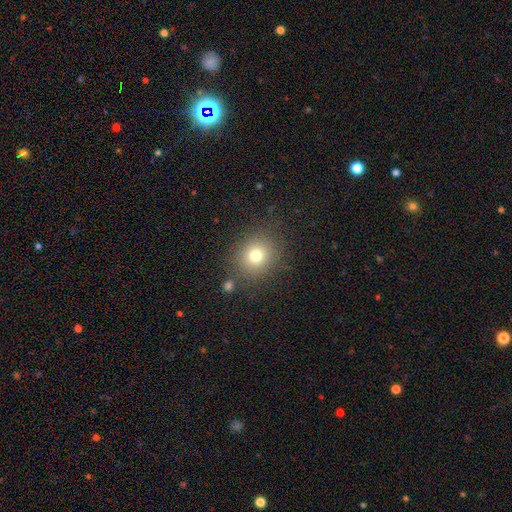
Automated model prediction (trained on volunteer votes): Q: Smooth or featured?
A: smooth (75%); runner-up: star or artifact (15%)
Q: How rounded?
A: round (81%); runner-up: in between (18%)
Q: Merging?
A: none (83%); runner-up: minor disturbance (9%)